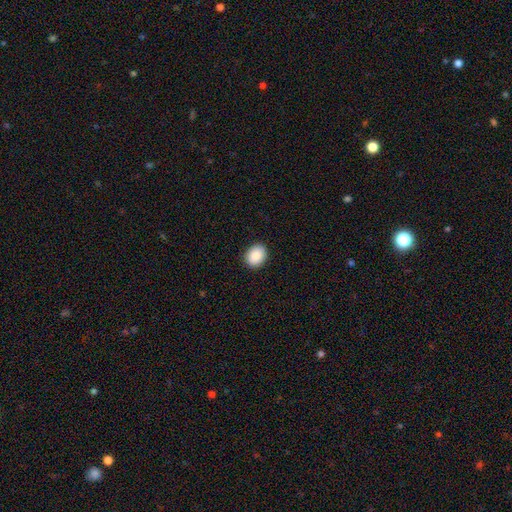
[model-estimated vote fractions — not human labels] Smooth or featured? Predicted: smooth (p=0.90). How rounded? Predicted: in between (p=0.57). Merging? Predicted: none (p=0.90).